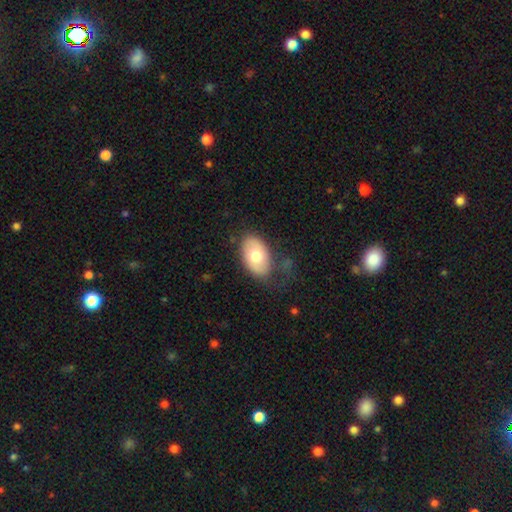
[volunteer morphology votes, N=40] Smooth or featured: smooth — 62% (featured or disk — 30%)
How rounded: in between — 96% (cigar-shaped — 4%)
Merging: none — 76% (major disturbance — 14%)